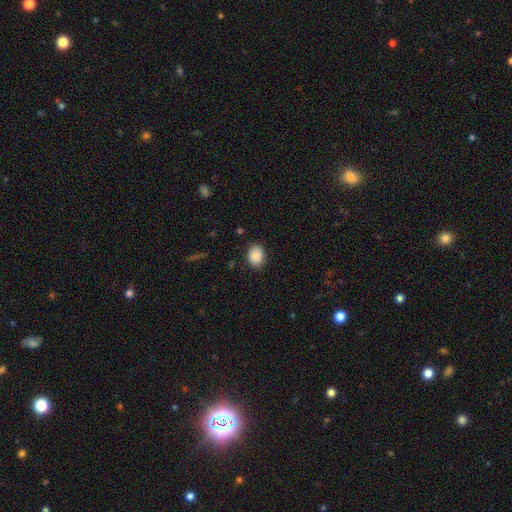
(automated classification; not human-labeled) This is clearly a smooth galaxy (89%). How rounded: possibly in between (59%). Merging: clearly none (85%).